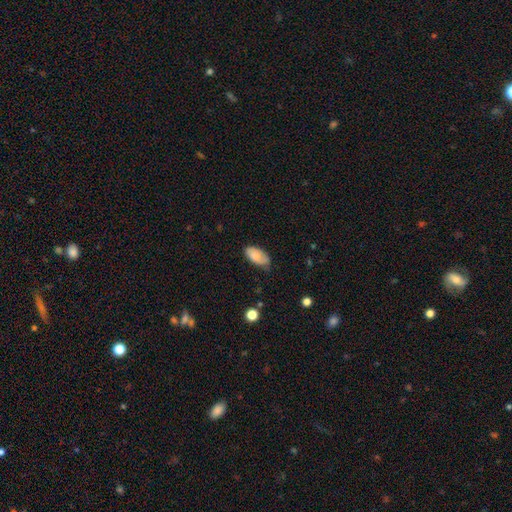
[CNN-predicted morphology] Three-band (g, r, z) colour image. It shows a smooth galaxy with no disk features (82%) that is in between round and cigar-shaped (94%). Merging: none (66%).